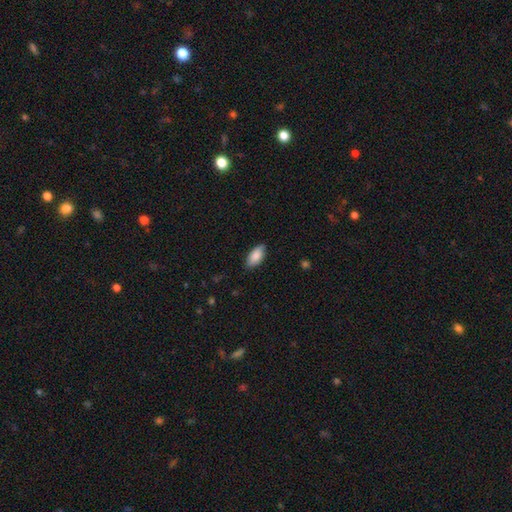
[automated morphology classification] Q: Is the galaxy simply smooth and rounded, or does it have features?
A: smooth — 87%.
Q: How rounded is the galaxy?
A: in between — 91%.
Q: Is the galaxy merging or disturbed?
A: none — 84%.